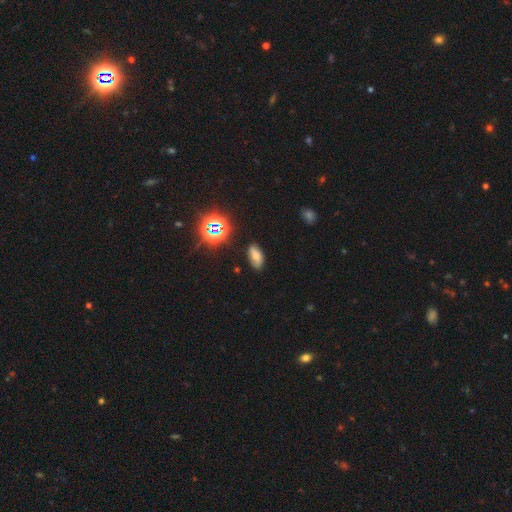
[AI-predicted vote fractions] This appears to be a smooth galaxy with no disk features (63%) that is in between round and cigar-shaped (89%). Merging: none (80%).